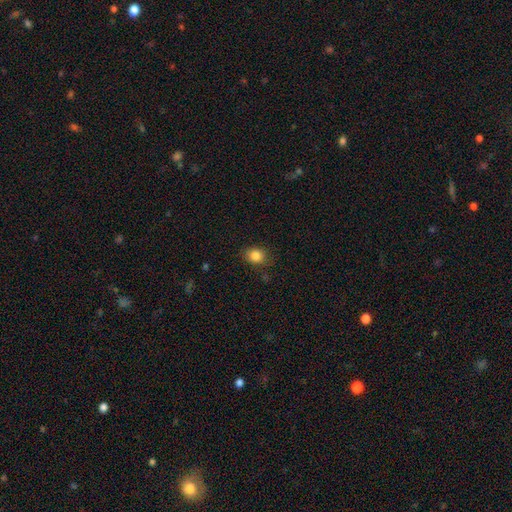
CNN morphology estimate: This appears to be a smooth galaxy with no disk features (84%) that is round (52%). Merging: none (83%).